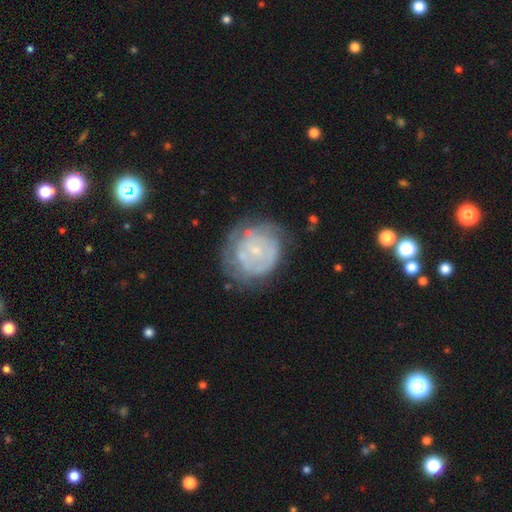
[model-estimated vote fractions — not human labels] The model was most divided on "smooth or featured": featured or disk: 66%, smooth: 23%, star or artifact: 10%. More confident: edge-on disk — no (97%); bulge size — small (79%); spiral arms — yes (74%); bar — no (73%); merging — none (69%).